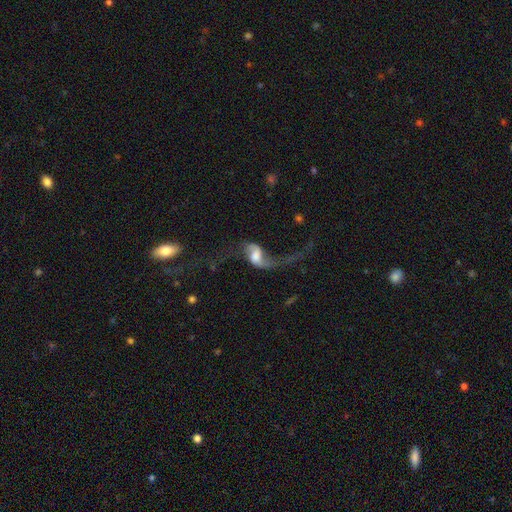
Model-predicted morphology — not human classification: A featured or disk galaxy (76%) with a weak bar (43%), 2 (85%) loose (90%) spiral arms (90%) and a moderate central bulge (36%).

Vote fractions:
- Smooth or featured? featured or disk: 76% / smooth: 16% / star or artifact: 8%
- Edge-on disk? no: 96% / yes: 4%
- Bar? weak: 43% / no: 39% / strong: 17%
- Spiral arms? yes: 90% / no: 10%
- Spiral winding? loose: 90% / medium: 8% / tight: 2%
- Spiral arm count? 2: 85% / 1: 9% / can't tell: 2% / 3: 1% / 4: 1% / more than 4: 1%
- Bulge size? moderate: 36% / large: 32% / small: 14% / none: 12% / dominant: 7%
- Merging? major disturbance: 42% / none: 36% / minor disturbance: 13% / merger: 9%